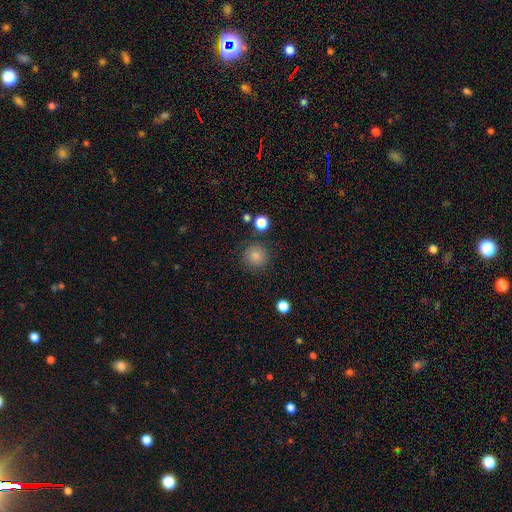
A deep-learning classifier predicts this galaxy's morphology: Overall: smooth (83%). How rounded: round (94%). Merging: none (87%).